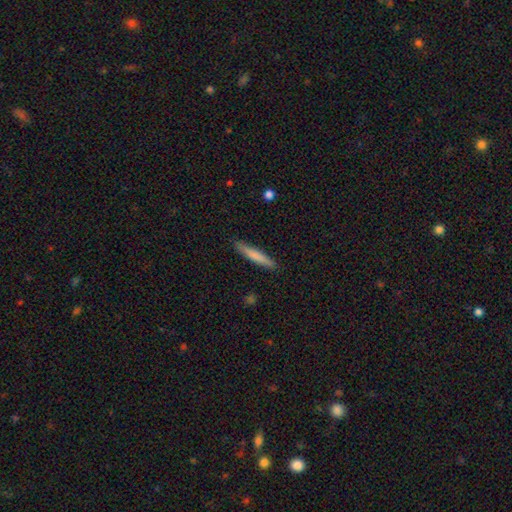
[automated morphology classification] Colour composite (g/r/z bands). It shows a smooth galaxy with no disk features (74%) that is cigar-shaped (94%). Merging: none (89%).